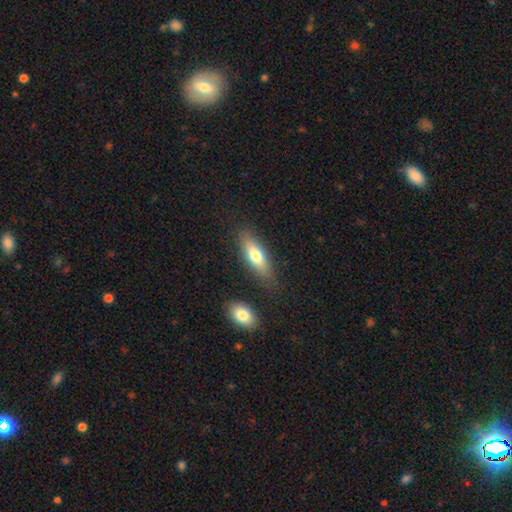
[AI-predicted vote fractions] smooth_or_featured: smooth (p=0.67) [alt: featured or disk p=0.26]
how_rounded: in between (p=0.54) [alt: cigar-shaped p=0.43]
merging: none (p=0.82) [alt: minor disturbance p=0.11]